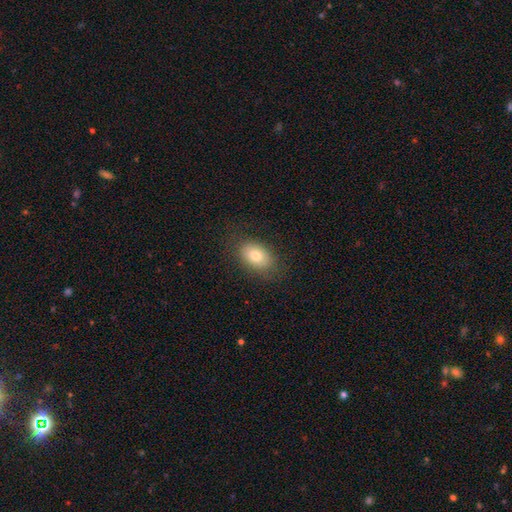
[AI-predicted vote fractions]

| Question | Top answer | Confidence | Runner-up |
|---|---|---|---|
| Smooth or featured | smooth | 77% | featured or disk (14%) |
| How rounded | in between | 83% | round (16%) |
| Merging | none | 81% | minor disturbance (13%) |